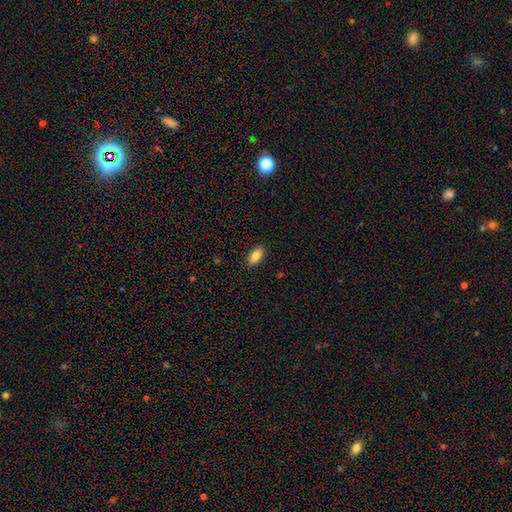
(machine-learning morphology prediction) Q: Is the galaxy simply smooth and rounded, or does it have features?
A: smooth — 86%.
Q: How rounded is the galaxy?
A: in between — 91%.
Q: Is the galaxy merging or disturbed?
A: none — 89%.